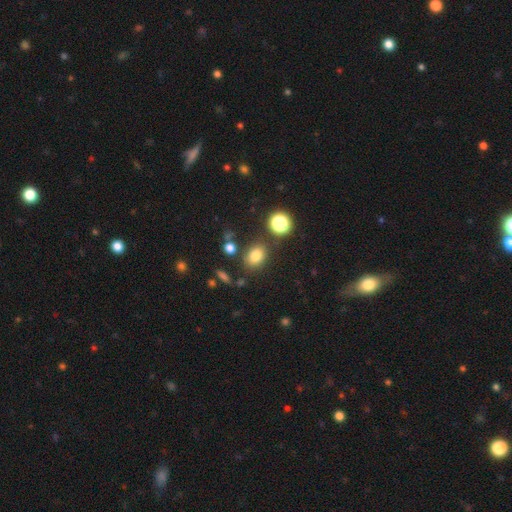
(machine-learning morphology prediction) Smooth or featured? Predicted: smooth (p=0.78). How rounded? Predicted: in between (p=0.57). Merging? Predicted: none (p=0.78).